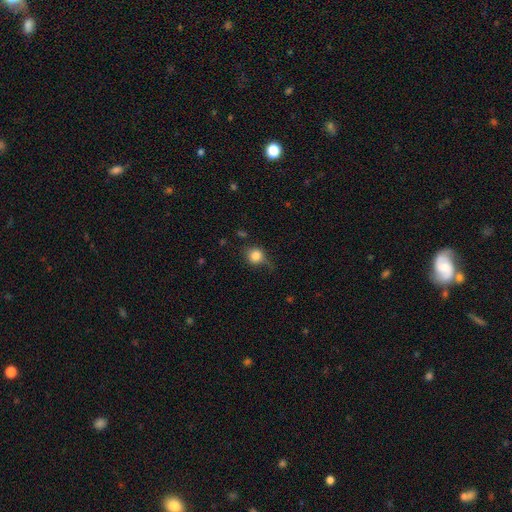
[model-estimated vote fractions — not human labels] The model was most divided on "merging": none: 57%, minor disturbance: 30%, major disturbance: 11%, merger: 3%. More confident: how rounded — round (82%); smooth or featured — smooth (80%).